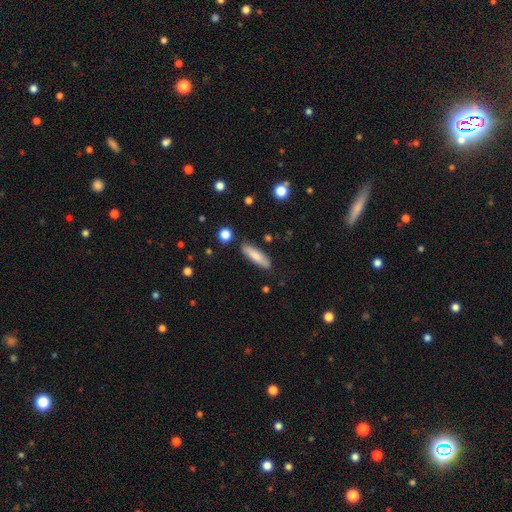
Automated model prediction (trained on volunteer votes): This appears to be a smooth galaxy with no disk features (80%) that is cigar-shaped (67%). Merging: none (86%).